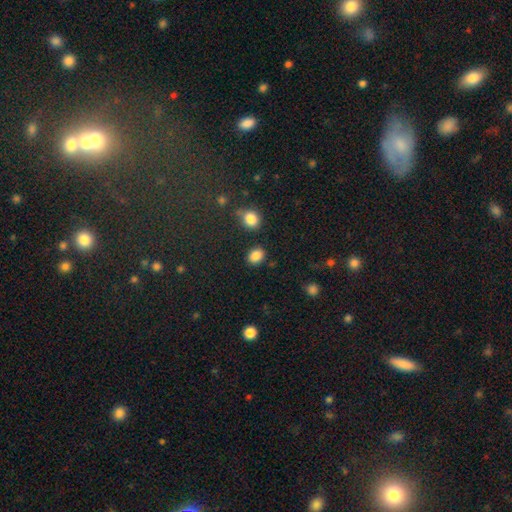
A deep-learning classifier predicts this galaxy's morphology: A smooth galaxy with no disk features (86%) that is in between round and cigar-shaped (60%).

Vote fractions:
- Smooth or featured? smooth: 86% / star or artifact: 9% / featured or disk: 4%
- How rounded? in between: 60% / round: 39% / cigar-shaped: 1%
- Merging? none: 82% / minor disturbance: 10% / merger: 5% / major disturbance: 3%